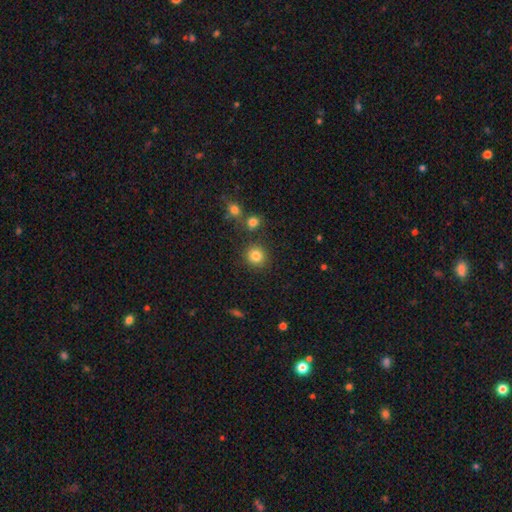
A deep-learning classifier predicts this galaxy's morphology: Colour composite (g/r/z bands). It shows a smooth galaxy with no disk features (83%) that is round (90%). Merging: none (84%).